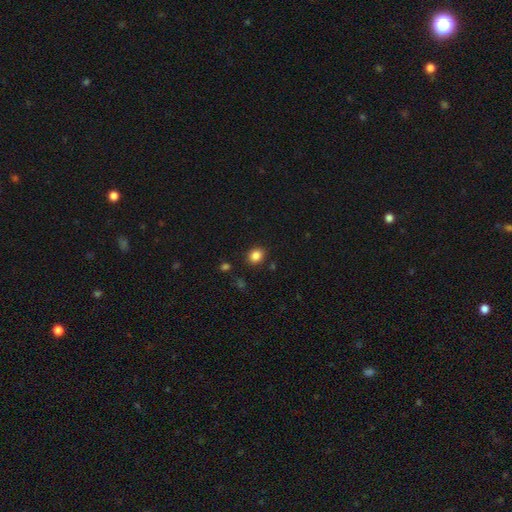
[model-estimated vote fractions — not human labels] Smooth or featured?
  - smooth: 85% *
  - star or artifact: 10%
  - featured or disk: 4%
How rounded?
  - round: 57% *
  - in between: 42%
  - cigar-shaped: 1%
Merging?
  - none: 87% *
  - minor disturbance: 9%
  - major disturbance: 3%
  - merger: 2%